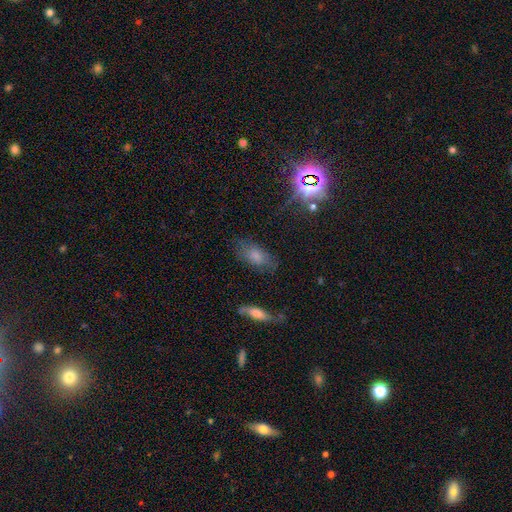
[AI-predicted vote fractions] Morphology: type=smooth (68%); roundness=in between (87%); merging=none (71%).